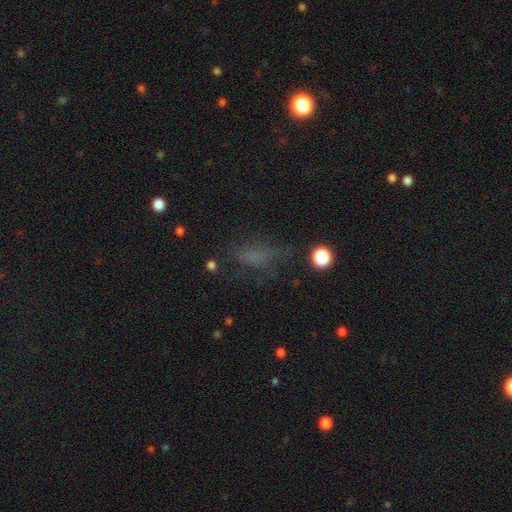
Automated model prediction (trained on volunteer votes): smooth-or-featured: smooth: 55% | star or artifact: 27% | featured or disk: 19%
  how-rounded: in between: 62% | cigar-shaped: 27% | round: 11%
  merging: none: 56% | minor disturbance: 22% | major disturbance: 19% | merger: 3%